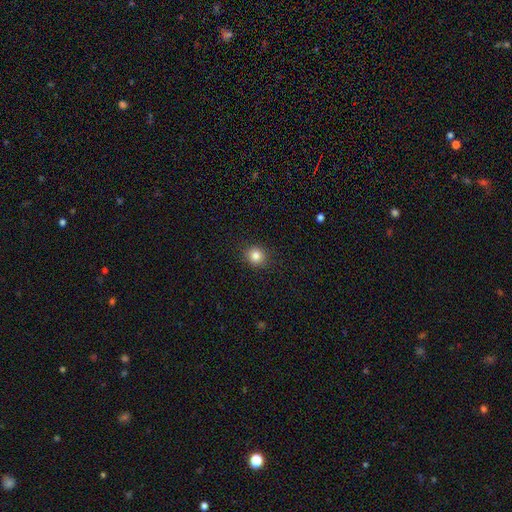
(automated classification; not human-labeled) The model was most divided on "how rounded": round: 86%, in between: 14%, cigar-shaped: 1%. More confident: merging — none (90%); smooth or featured — smooth (84%).